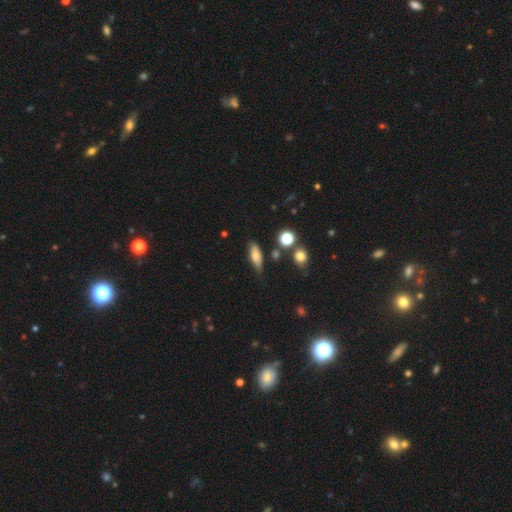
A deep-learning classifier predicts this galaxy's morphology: Smooth or featured?
  - smooth: 69% *
  - featured or disk: 21%
  - star or artifact: 9%
How rounded?
  - in between: 67% *
  - cigar-shaped: 28%
  - round: 5%
Merging?
  - none: 67% *
  - minor disturbance: 22%
  - major disturbance: 5%
  - merger: 5%